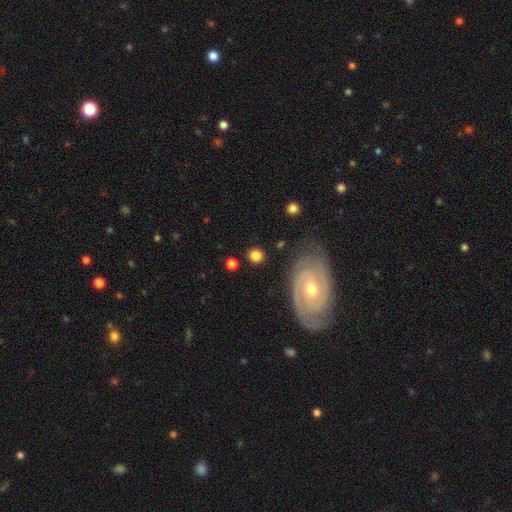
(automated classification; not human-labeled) A smooth galaxy with no disk features (76%) that is round (84%). Merging: none (84%).